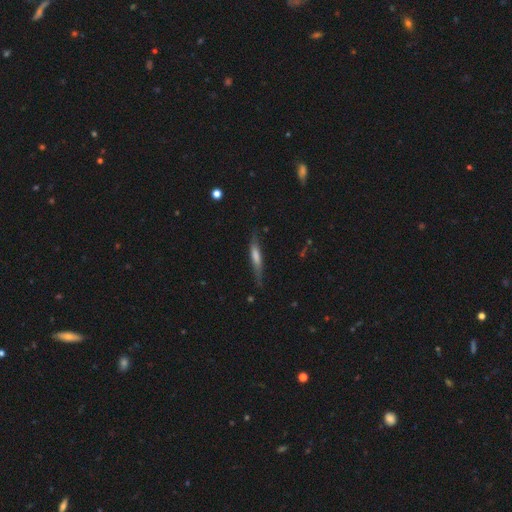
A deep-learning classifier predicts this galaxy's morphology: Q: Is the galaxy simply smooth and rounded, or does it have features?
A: smooth — 48%.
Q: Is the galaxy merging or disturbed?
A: none — 72%.